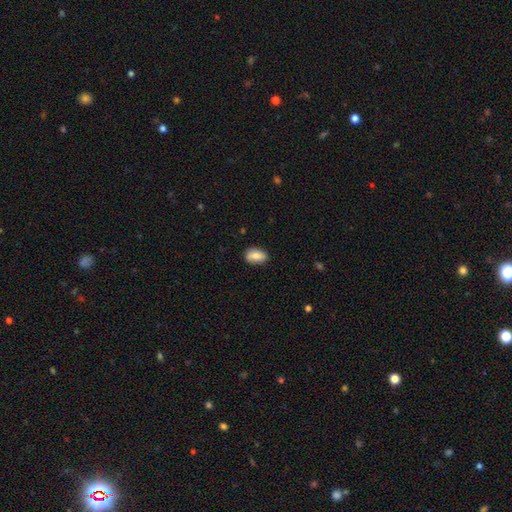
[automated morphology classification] smooth 81%, featured or disk 12%, star or artifact 7%. Down the decision tree: how rounded — in between (88%); merging — none (82%).